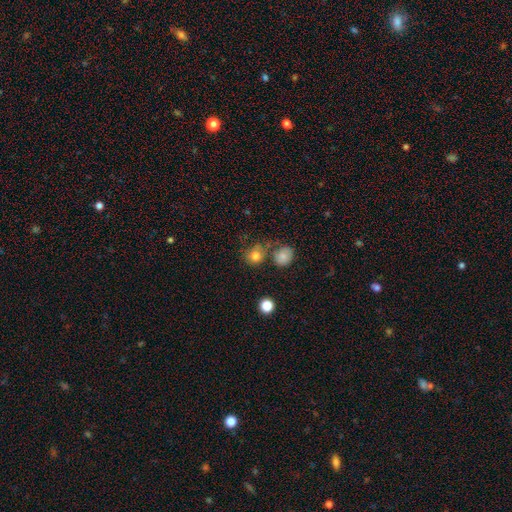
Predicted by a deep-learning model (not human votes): This appears to be a smooth galaxy with no disk features (80%) that is round (76%). Merging: none (62%).